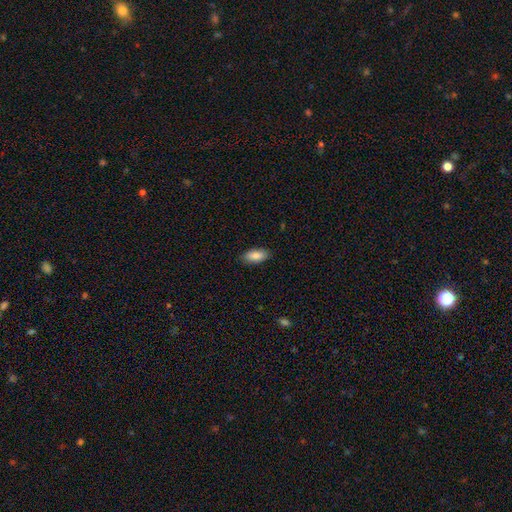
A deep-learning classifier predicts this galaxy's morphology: smooth_or_featured: smooth (p=0.87) [alt: featured or disk p=0.07]
how_rounded: in between (p=0.88) [alt: cigar-shaped p=0.09]
merging: none (p=0.89) [alt: minor disturbance p=0.09]